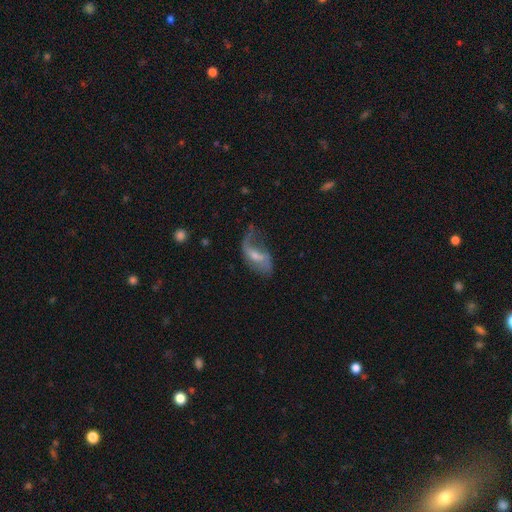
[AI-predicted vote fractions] Smooth or featured? featured or disk (74%)
Edge-on disk? no (94%)
Bar? weak (48%)
Spiral arms? yes (86%)
Spiral winding? loose (76%)
Spiral arm count? 2 (63%)
Bulge size? small (49%)
Merging? none (40%)